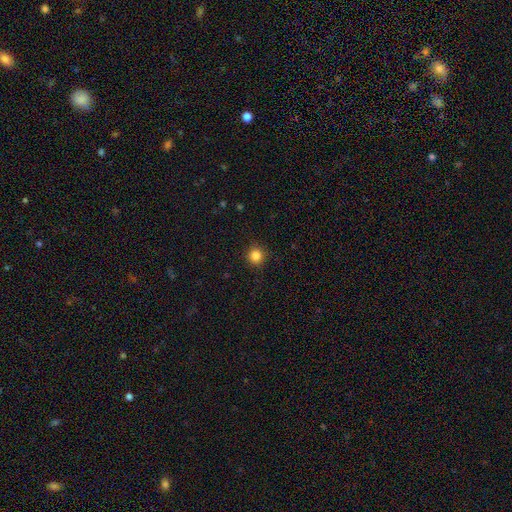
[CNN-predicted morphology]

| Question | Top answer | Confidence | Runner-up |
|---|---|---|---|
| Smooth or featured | smooth | 84% | star or artifact (12%) |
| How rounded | round | 94% | in between (5%) |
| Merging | none | 91% | minor disturbance (6%) |